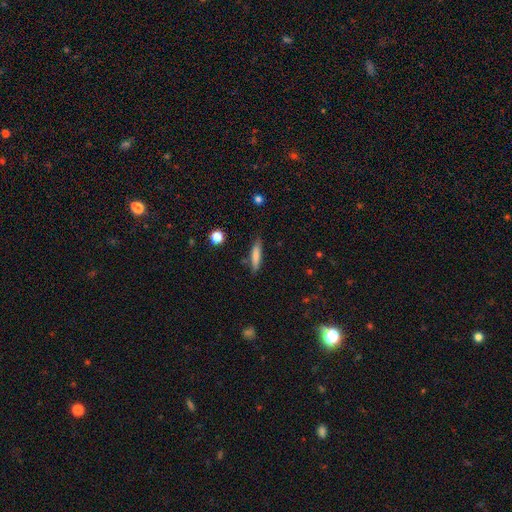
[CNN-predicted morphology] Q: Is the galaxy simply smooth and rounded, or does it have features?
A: smooth — 76%.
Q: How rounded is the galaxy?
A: cigar-shaped — 85%.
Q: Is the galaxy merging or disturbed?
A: none — 82%.